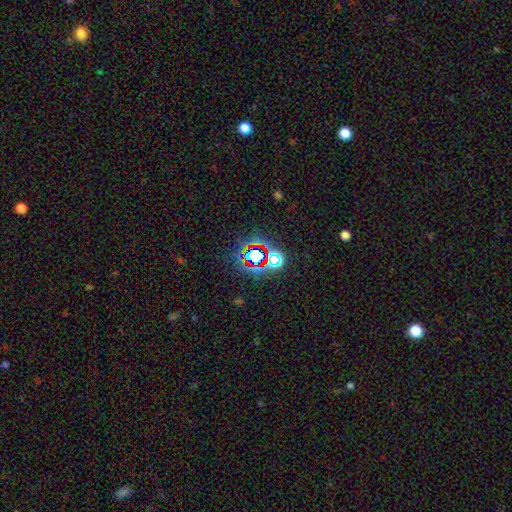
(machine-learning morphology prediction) type=star or artifact (70%).